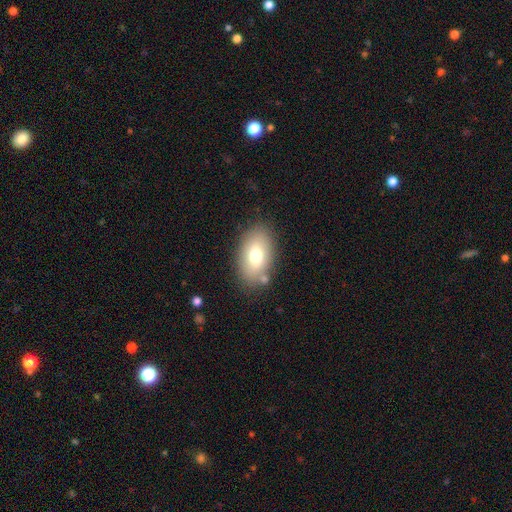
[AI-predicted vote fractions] This appears to be a smooth galaxy with no disk features (73%) that is in between round and cigar-shaped (91%). Merging: none (78%).